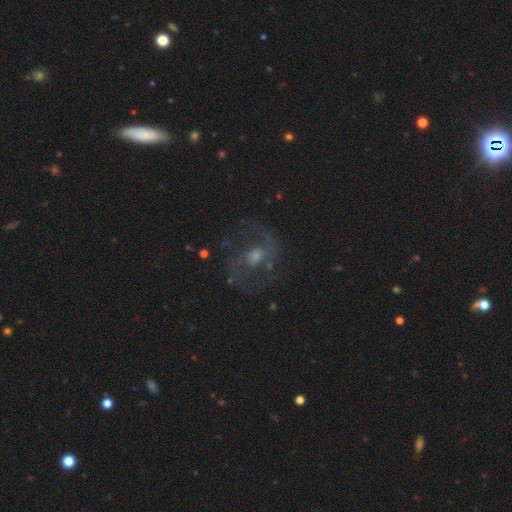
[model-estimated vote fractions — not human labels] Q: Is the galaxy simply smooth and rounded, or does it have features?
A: featured or disk — 77%.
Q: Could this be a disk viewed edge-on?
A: no — 97%.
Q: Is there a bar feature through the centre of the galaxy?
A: weak — 46%.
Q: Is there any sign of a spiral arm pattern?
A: yes — 87%.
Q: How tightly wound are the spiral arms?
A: medium — 58%.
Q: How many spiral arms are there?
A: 2 — 85%.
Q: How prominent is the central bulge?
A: moderate — 52%.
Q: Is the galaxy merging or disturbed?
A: none — 73%.